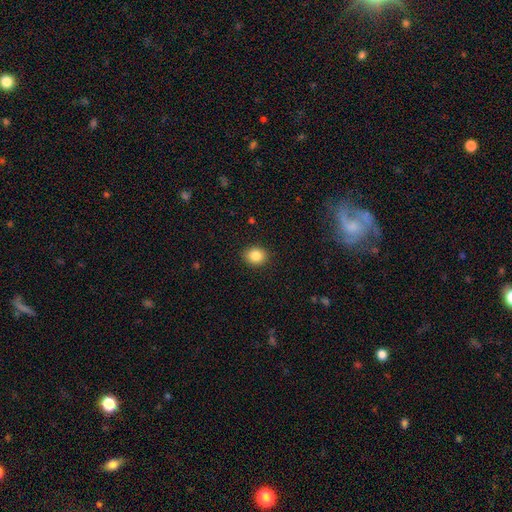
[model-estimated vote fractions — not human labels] Smooth or featured? smooth (85%)
How rounded? round (60%)
Merging? none (89%)